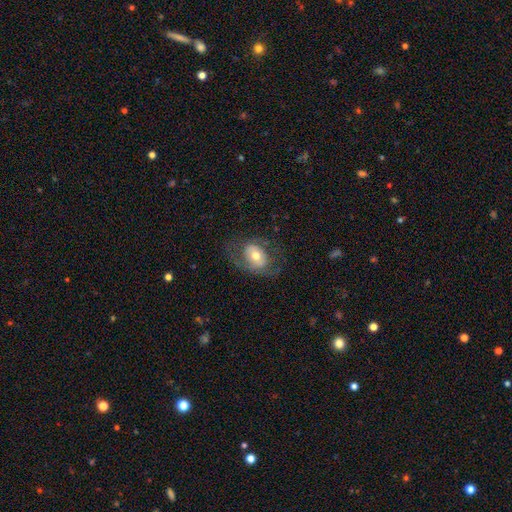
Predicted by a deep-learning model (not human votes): This appears to be a featured or disk galaxy (47%). Merging: none (61%).